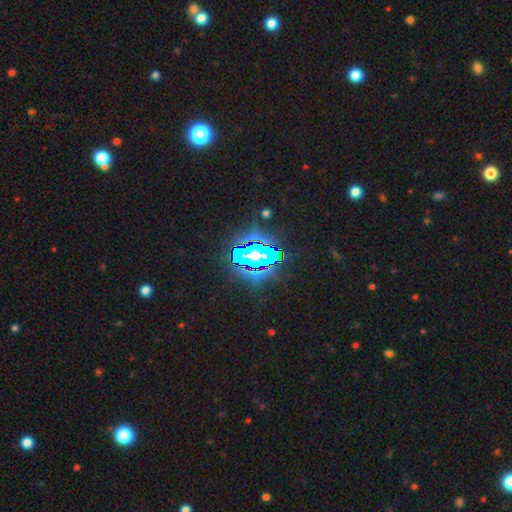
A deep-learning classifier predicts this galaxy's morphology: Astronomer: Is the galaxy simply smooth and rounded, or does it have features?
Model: star or artifact — 67%.